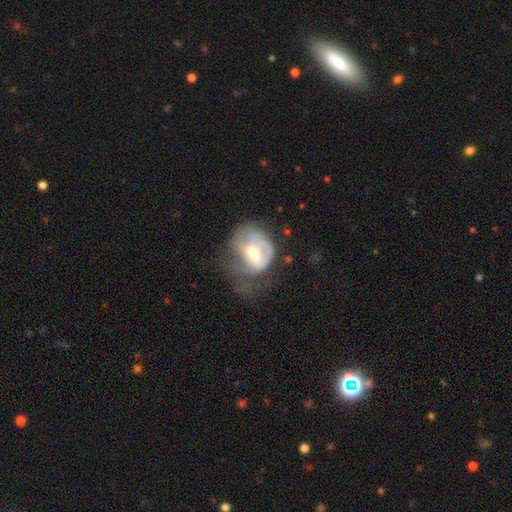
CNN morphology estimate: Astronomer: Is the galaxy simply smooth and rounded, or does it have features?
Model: featured or disk — 56% (runner-up: smooth, 35%).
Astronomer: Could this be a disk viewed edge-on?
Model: no — 96%.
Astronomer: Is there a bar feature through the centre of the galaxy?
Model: weak — 43% (runner-up: no, 41%).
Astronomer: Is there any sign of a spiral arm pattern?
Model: no — 56% (runner-up: yes, 44%).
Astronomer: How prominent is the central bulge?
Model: moderate — 53% (runner-up: small, 30%).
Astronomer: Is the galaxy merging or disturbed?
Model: major disturbance — 45% (runner-up: none, 25%).